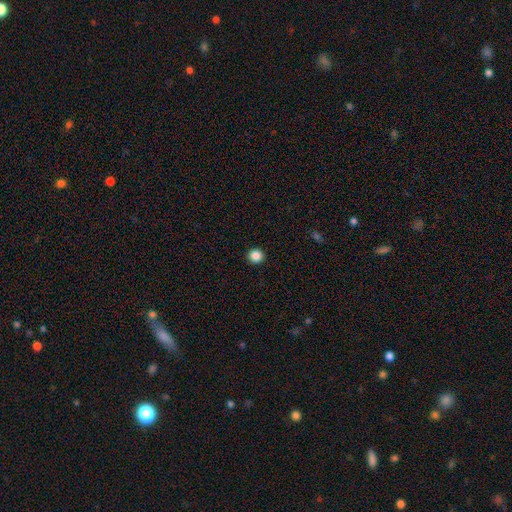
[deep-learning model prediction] Smooth or featured?
  - smooth: 86% *
  - star or artifact: 10%
  - featured or disk: 4%
How rounded?
  - round: 93% *
  - in between: 6%
  - cigar-shaped: 1%
Merging?
  - none: 94% *
  - minor disturbance: 4%
  - major disturbance: 1%
  - merger: 1%